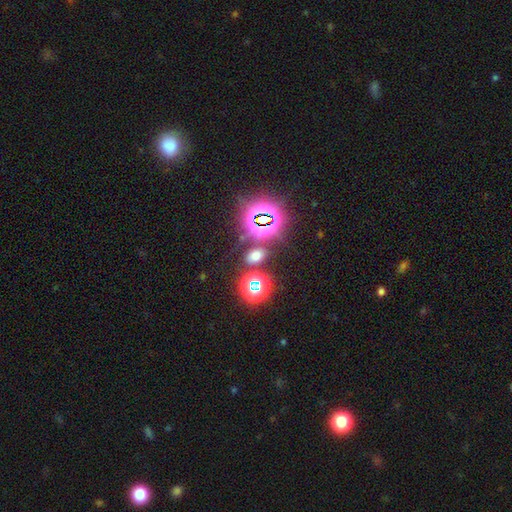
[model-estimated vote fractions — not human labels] Morphology: type=smooth (49%); merging=none (77%).